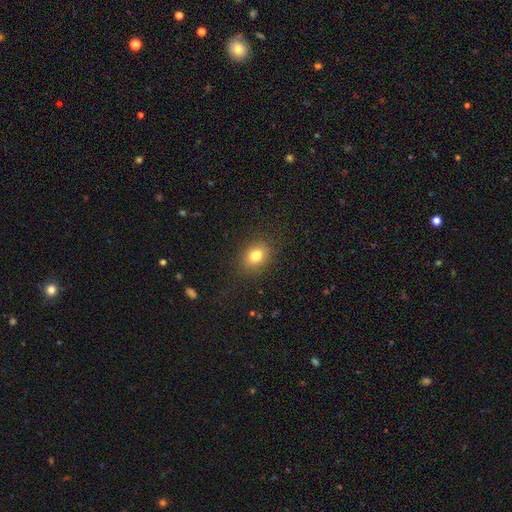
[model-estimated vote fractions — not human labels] Morphology: type=smooth (80%); roundness=in between (61%); merging=none (85%).